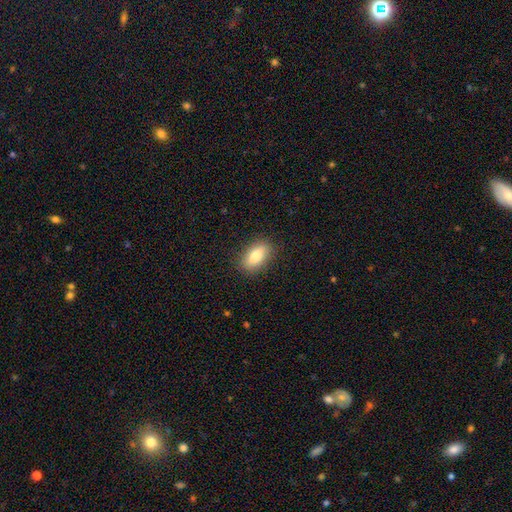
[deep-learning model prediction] Smooth or featured? Predicted: smooth (p=0.81). How rounded? Predicted: in between (p=0.87). Merging? Predicted: none (p=0.87).